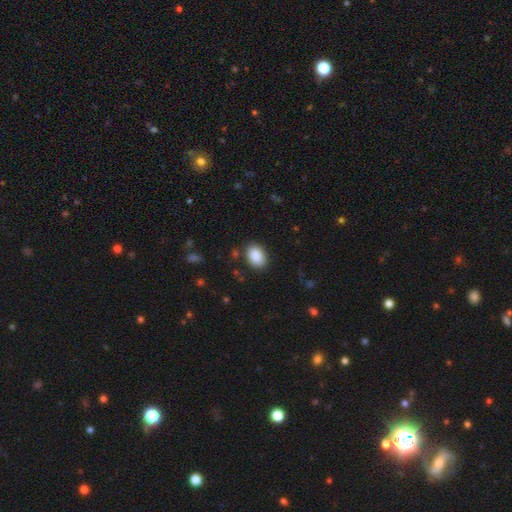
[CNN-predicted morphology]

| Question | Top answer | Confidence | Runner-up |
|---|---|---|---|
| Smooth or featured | smooth | 89% | star or artifact (7%) |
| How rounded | in between | 82% | round (17%) |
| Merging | none | 86% | minor disturbance (9%) |